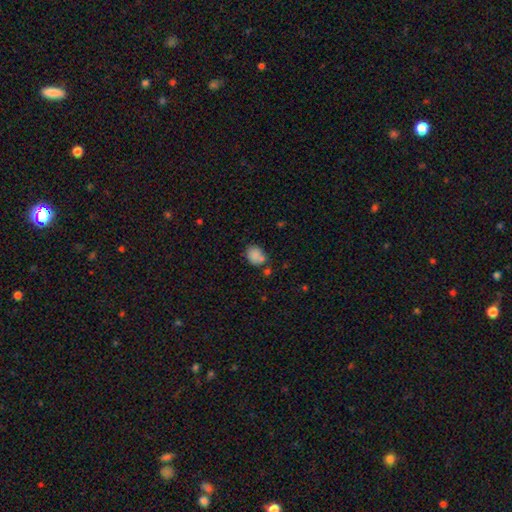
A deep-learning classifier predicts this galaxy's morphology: smooth 83%, star or artifact 10%, featured or disk 7%. Down the decision tree: how rounded — round (57%); merging — none (61%).